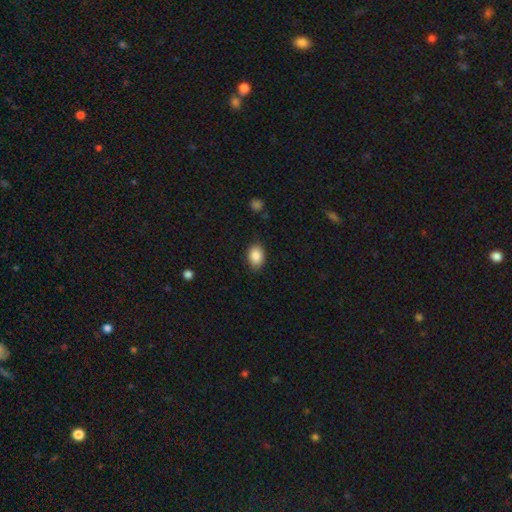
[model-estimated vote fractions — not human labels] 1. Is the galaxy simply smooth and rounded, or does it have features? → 88% smooth, 8% star or artifact, 5% featured or disk.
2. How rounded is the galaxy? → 80% in between, 19% round, 1% cigar-shaped.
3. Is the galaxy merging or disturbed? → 84% none, 12% minor disturbance, 3% major disturbance, 1% merger.